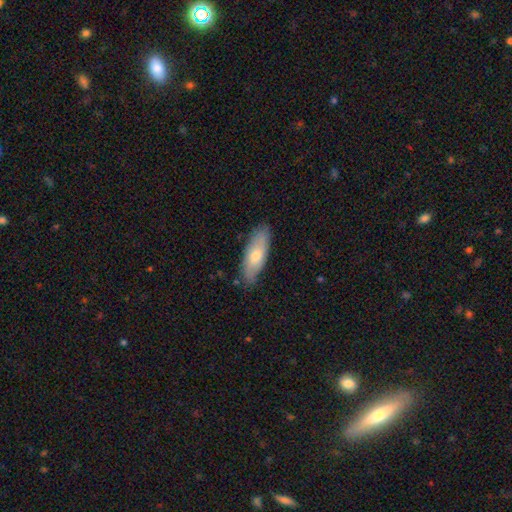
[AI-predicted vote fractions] This is likely a smooth galaxy (65%). How rounded: likely in between (64%). Merging: clearly none (82%).